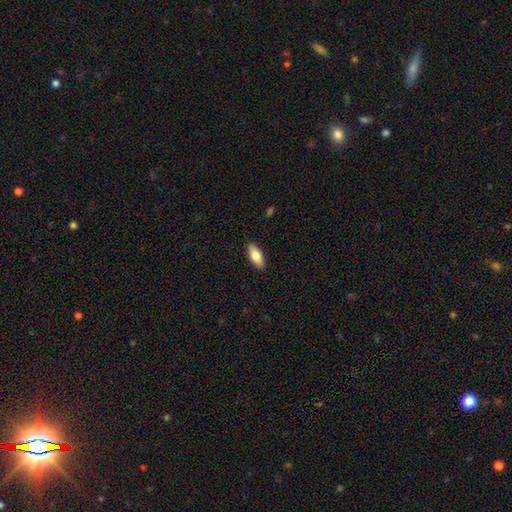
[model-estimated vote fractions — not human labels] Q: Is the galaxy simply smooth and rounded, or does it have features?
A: smooth — 79%.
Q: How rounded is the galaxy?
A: in between — 83%.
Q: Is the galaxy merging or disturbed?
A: none — 89%.